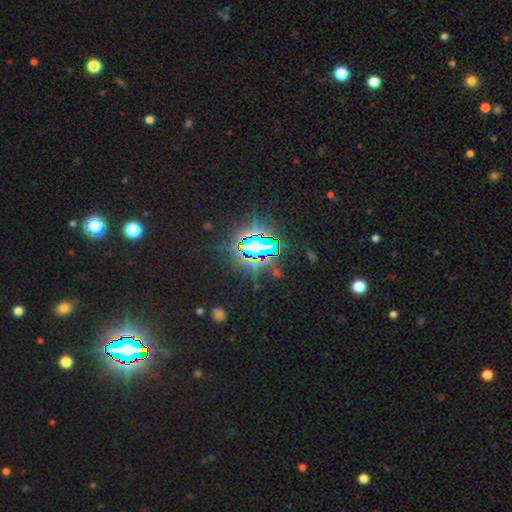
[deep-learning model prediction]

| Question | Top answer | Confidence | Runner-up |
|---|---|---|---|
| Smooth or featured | star or artifact | 80% | smooth (11%) |